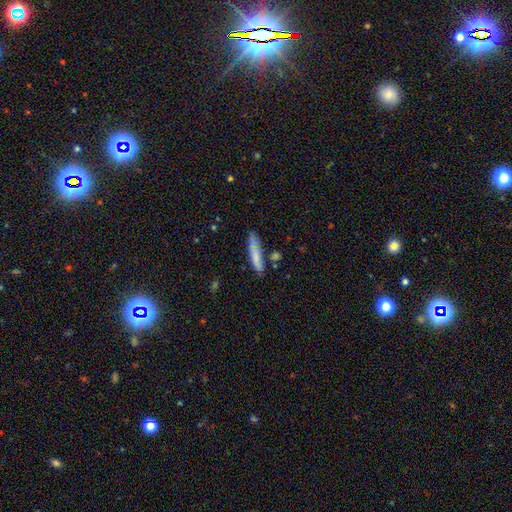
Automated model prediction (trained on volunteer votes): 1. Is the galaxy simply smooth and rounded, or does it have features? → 71% smooth, 22% featured or disk, 8% star or artifact.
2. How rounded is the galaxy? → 84% cigar-shaped, 14% in between, 2% round.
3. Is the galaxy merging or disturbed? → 66% none, 19% minor disturbance, 9% merger, 5% major disturbance.